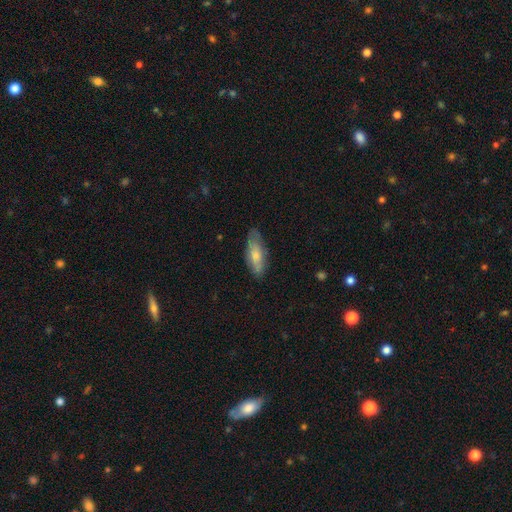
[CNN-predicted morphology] smooth-or-featured: smooth: 68% | featured or disk: 26% | star or artifact: 6%
  how-rounded: in between: 67% | cigar-shaped: 31% | round: 2%
  merging: none: 71% | minor disturbance: 23% | major disturbance: 5% | merger: 1%